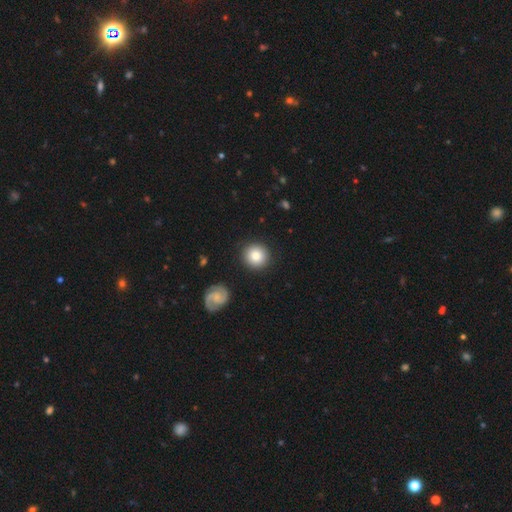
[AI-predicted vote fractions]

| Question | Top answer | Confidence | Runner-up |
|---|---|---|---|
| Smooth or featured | smooth | 79% | featured or disk (14%) |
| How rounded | round | 94% | in between (5%) |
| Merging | none | 90% | minor disturbance (6%) |